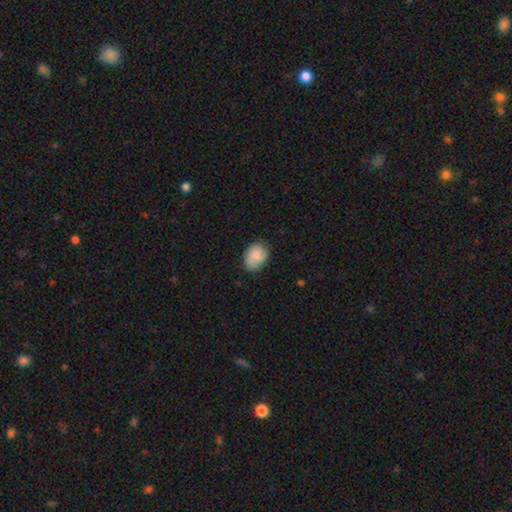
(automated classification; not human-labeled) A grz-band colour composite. It shows a smooth galaxy with no disk features (81%) that is in between round and cigar-shaped (65%). Merging: none (71%).